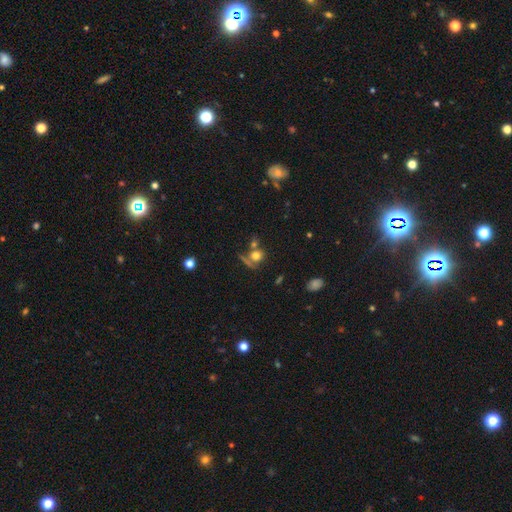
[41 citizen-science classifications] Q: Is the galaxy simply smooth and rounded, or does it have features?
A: smooth — 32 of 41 (78%).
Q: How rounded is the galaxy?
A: round — 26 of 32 (81%).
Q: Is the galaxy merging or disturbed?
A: none — 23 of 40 (57%).